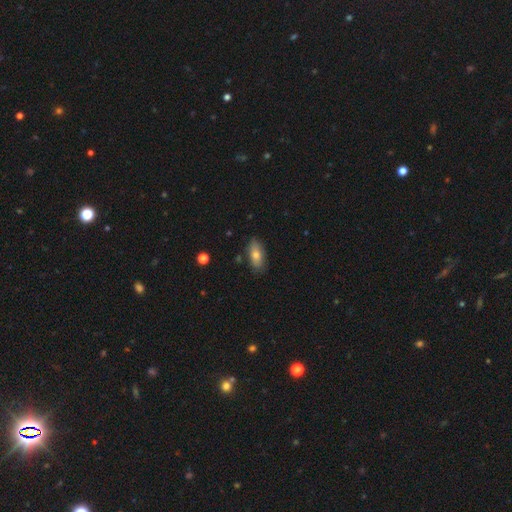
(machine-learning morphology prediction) A smooth galaxy with no disk features (74%) that is in between round and cigar-shaped (86%). Merging: none (82%).